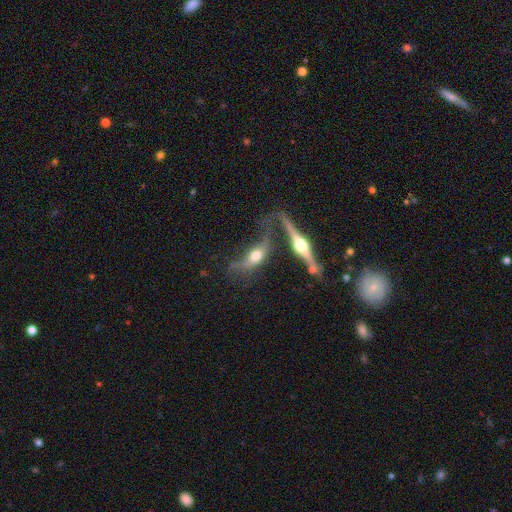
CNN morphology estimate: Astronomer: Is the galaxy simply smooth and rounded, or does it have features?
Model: featured or disk — 63%.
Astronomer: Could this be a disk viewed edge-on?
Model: yes — 76%.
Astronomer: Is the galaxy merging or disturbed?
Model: merger — 34% (runner-up: none, 33%).